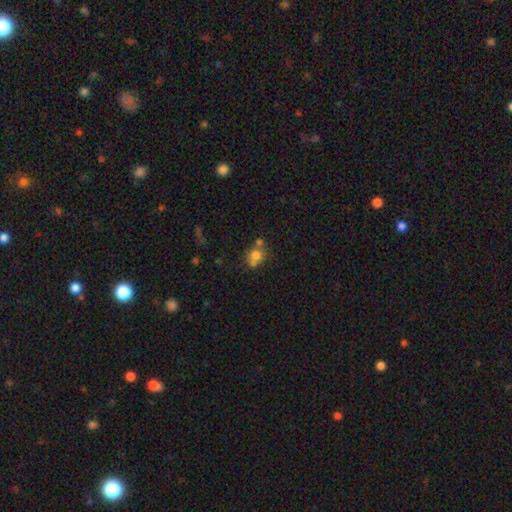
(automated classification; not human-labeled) Q: Smooth or featured?
A: smooth (71%); runner-up: featured or disk (16%)
Q: How rounded?
A: round (76%); runner-up: in between (23%)
Q: Merging?
A: none (47%); runner-up: merger (36%)